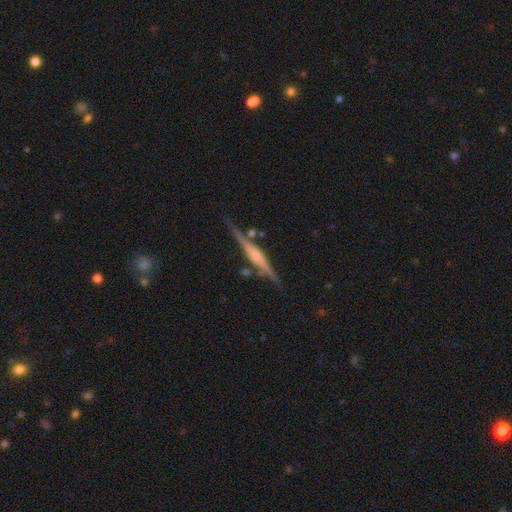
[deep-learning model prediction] Smooth or featured? featured or disk (77%)
Edge-on disk? yes (97%)
Edge-on bulge? rounded (56%)
Merging? none (79%)